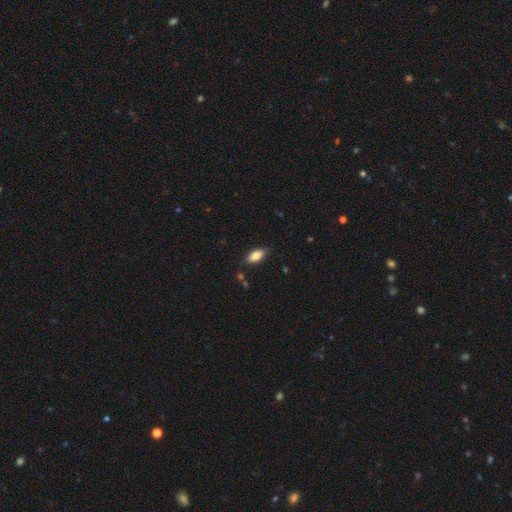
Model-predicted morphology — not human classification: smooth-or-featured: smooth: 81% | featured or disk: 12% | star or artifact: 7%
  how-rounded: in between: 87% | cigar-shaped: 10% | round: 3%
  merging: none: 82% | minor disturbance: 13% | major disturbance: 3% | merger: 2%